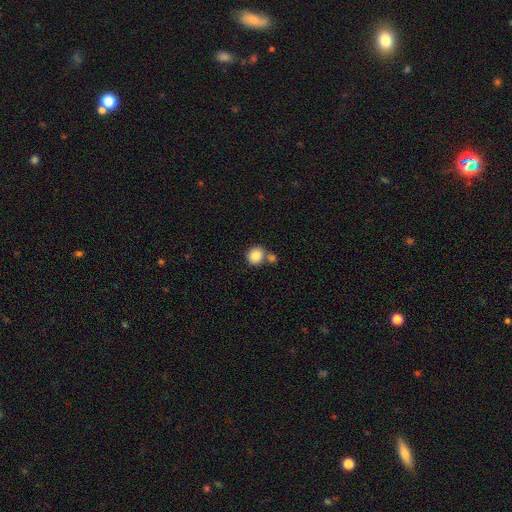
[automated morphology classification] Overall: smooth (87%). How rounded: round (87%). Merging: none (59%; merger 28%).